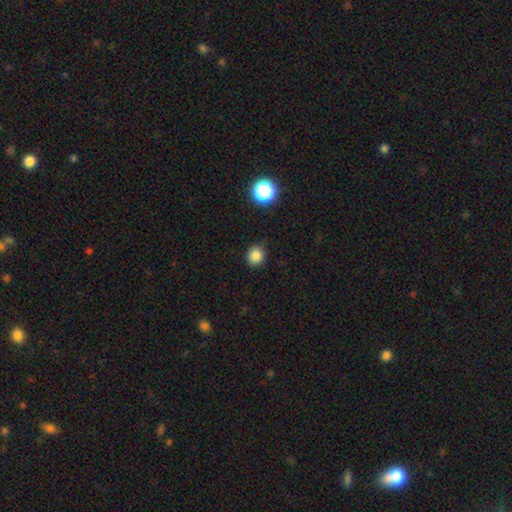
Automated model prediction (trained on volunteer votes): Smooth or featured? smooth (84%)
How rounded? round (85%)
Merging? none (84%)